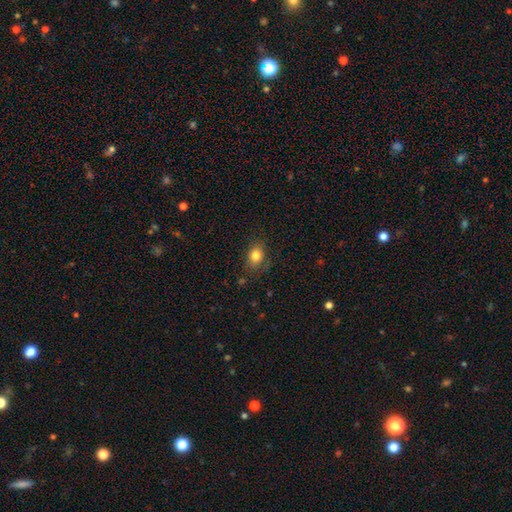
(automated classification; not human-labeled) Smooth or featured?
  - smooth: 82% *
  - star or artifact: 11%
  - featured or disk: 7%
How rounded?
  - in between: 60% *
  - round: 38%
  - cigar-shaped: 1%
Merging?
  - none: 78% *
  - minor disturbance: 16%
  - major disturbance: 5%
  - merger: 1%